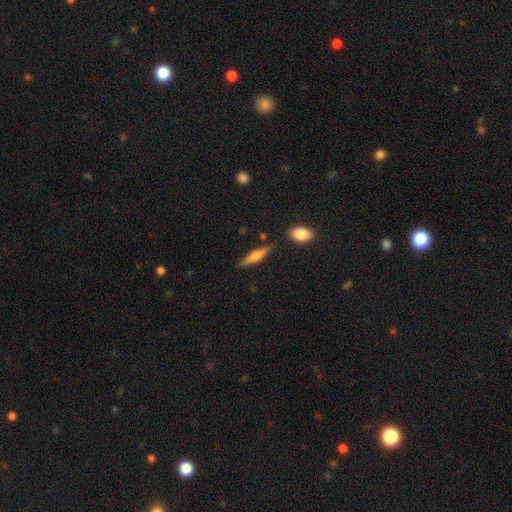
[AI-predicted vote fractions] Smooth or featured: featured or disk — 51% (smooth — 42%)
Edge-on disk: yes — 95% (no — 5%)
Merging: none — 83% (minor disturbance — 11%)